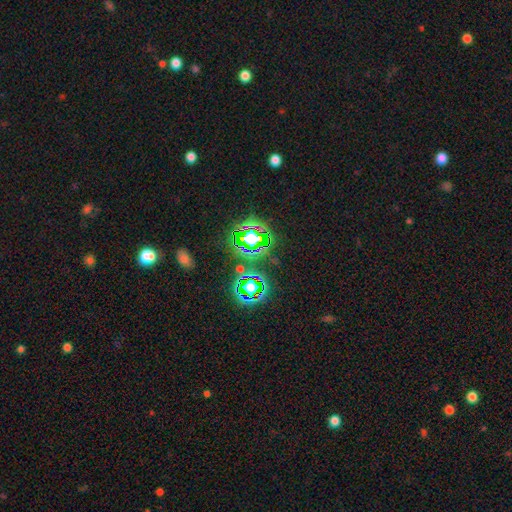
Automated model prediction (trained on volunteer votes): This is likely a star or artifact rather than a galaxy (78%).